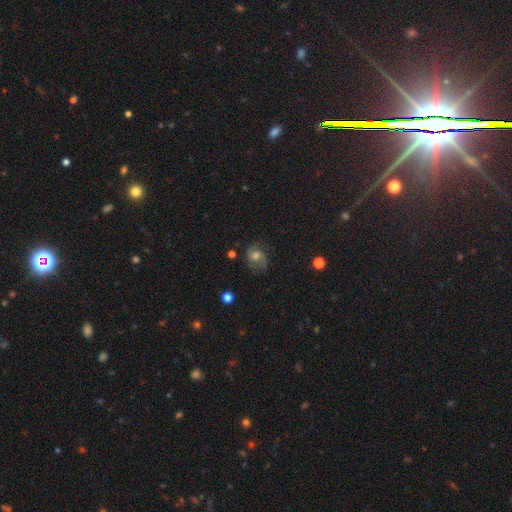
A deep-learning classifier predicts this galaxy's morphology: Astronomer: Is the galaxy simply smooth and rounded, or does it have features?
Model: featured or disk — 58%.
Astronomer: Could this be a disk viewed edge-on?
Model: no — 97%.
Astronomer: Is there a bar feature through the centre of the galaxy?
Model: no — 63%.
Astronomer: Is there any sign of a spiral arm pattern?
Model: yes — 88%.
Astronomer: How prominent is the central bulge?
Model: moderate — 58%.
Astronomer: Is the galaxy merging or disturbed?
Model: none — 68%.